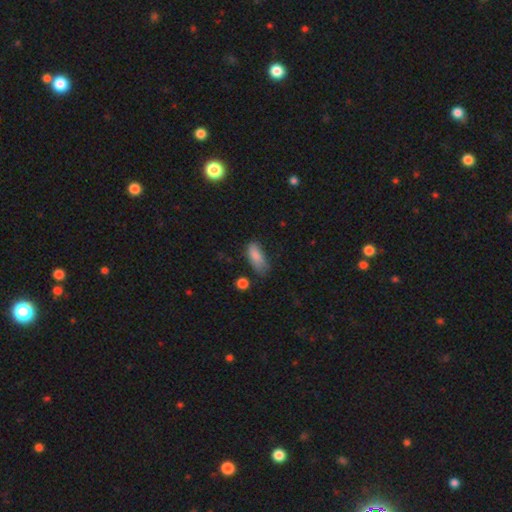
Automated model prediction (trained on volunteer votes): smooth-or-featured: smooth: 84% | featured or disk: 9% | star or artifact: 8%
  how-rounded: in between: 82% | cigar-shaped: 15% | round: 3%
  merging: none: 52% | minor disturbance: 35% | major disturbance: 10% | merger: 4%